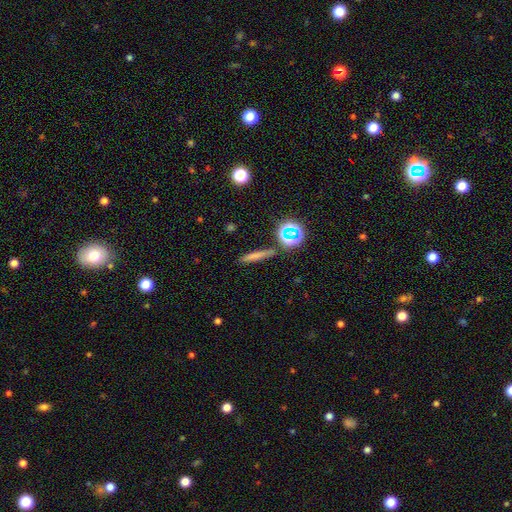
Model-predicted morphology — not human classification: Overall: smooth (68%). How rounded: cigar-shaped (87%). Merging: none (84%).